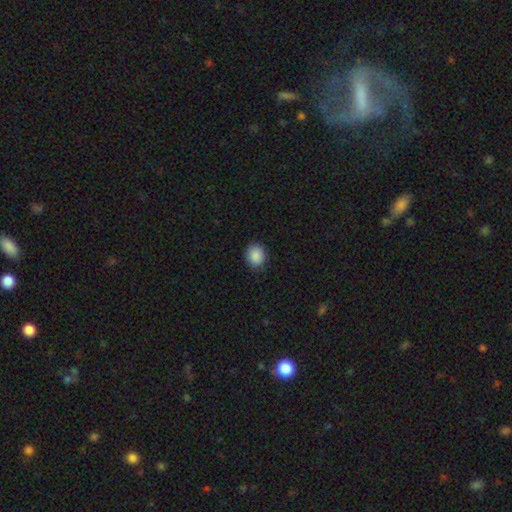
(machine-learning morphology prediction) Smooth or featured: smooth — 89% (star or artifact — 8%)
How rounded: round — 69% (in between — 30%)
Merging: none — 87% (minor disturbance — 10%)